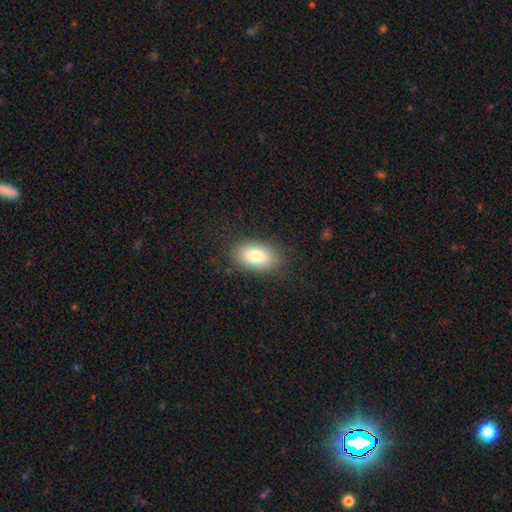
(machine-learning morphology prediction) The model was most divided on "smooth or featured": smooth: 83%, featured or disk: 10%, star or artifact: 8%. More confident: how rounded — in between (92%); merging — none (85%).